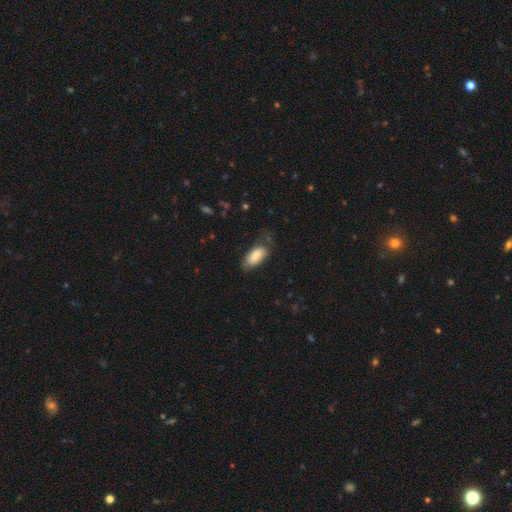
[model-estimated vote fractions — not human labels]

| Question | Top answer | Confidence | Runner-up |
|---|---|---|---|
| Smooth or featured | smooth | 81% | featured or disk (13%) |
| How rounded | in between | 90% | cigar-shaped (8%) |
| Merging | none | 55% | minor disturbance (29%) |